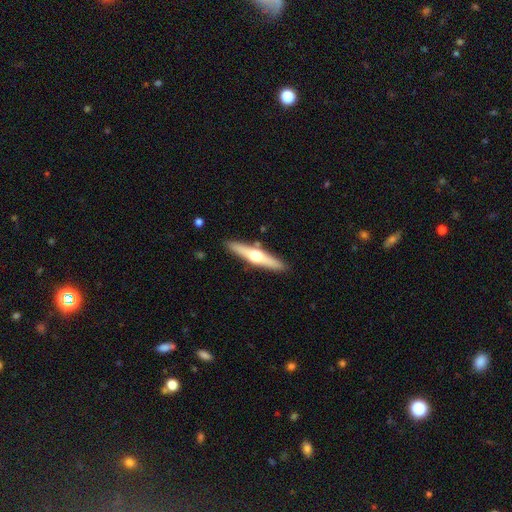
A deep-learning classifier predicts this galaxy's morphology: Smooth or featured?
  - featured or disk: 61% *
  - smooth: 34%
  - star or artifact: 5%
Edge-on disk?
  - yes: 95% *
  - no: 5%
Edge-on bulge?
  - rounded: 94% *
  - none: 3%
  - boxy: 3%
Merging?
  - none: 88% *
  - minor disturbance: 8%
  - merger: 3%
  - major disturbance: 2%